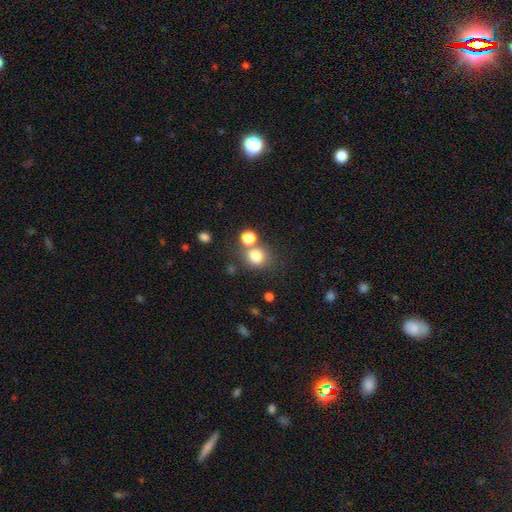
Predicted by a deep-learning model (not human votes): smooth 78%, star or artifact 14%, featured or disk 8%. Down the decision tree: how rounded — round (73%); merging — none (60%).